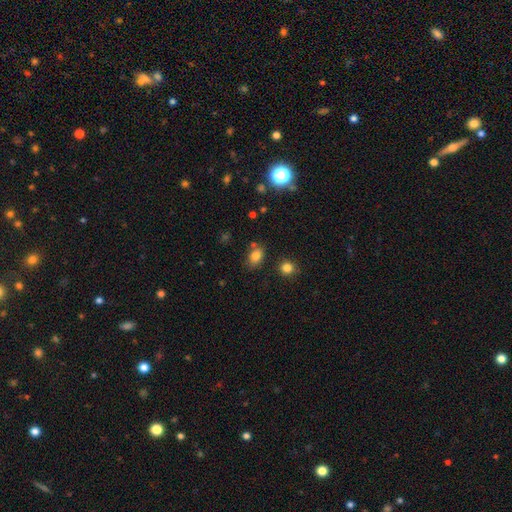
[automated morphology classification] Smooth or featured? Predicted: smooth (p=0.79). How rounded? Predicted: in between (p=0.73). Merging? Predicted: none (p=0.73).